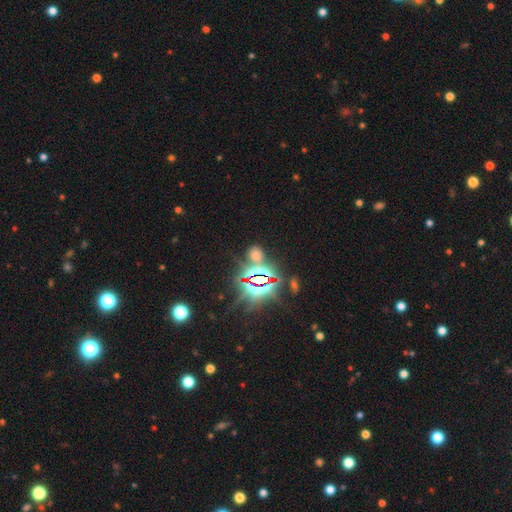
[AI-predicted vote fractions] A star or artifact, not a galaxy (60%).